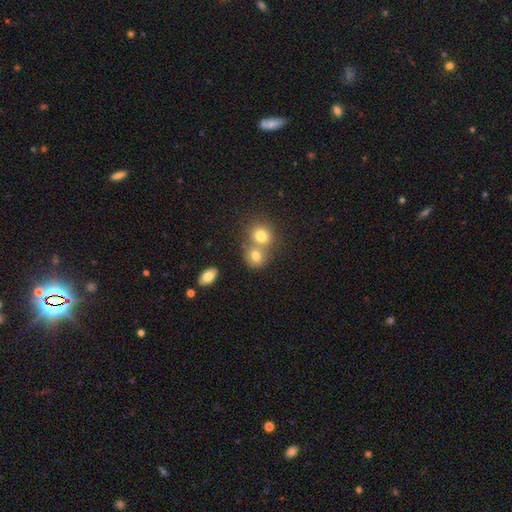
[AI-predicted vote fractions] A smooth galaxy with no disk features (77%) that is round (68%). Merging: merger (48%).